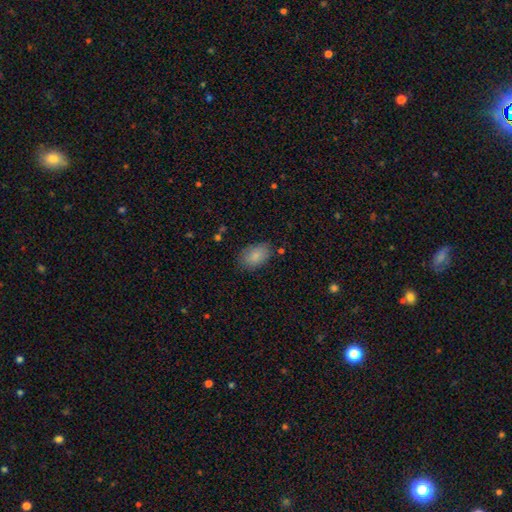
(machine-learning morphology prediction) A smooth galaxy with no disk features (86%) that is in between round and cigar-shaped (91%).

Vote fractions:
- Smooth or featured? smooth: 86% / star or artifact: 7% / featured or disk: 7%
- How rounded? in between: 91% / round: 7% / cigar-shaped: 1%
- Merging? none: 79% / minor disturbance: 15% / major disturbance: 4% / merger: 2%